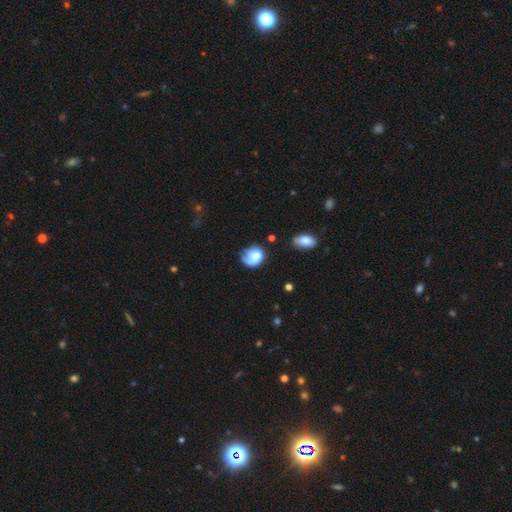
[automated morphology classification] smooth-or-featured: smooth: 67% | featured or disk: 25% | star or artifact: 8%
  how-rounded: round: 60% | in between: 39% | cigar-shaped: 1%
  merging: none: 39% | minor disturbance: 33% | major disturbance: 22% | merger: 6%